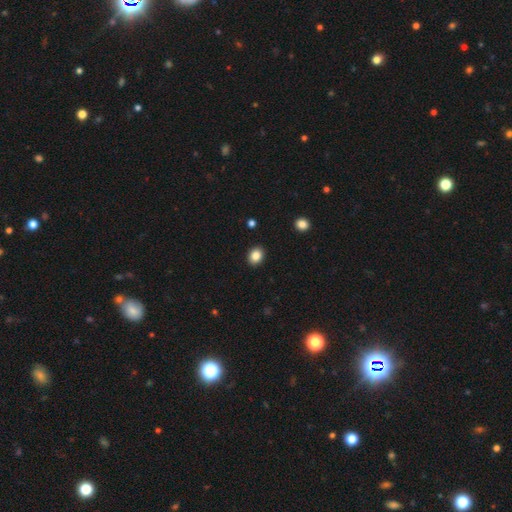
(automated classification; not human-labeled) Overall: smooth (85%). How rounded: round (51%; in between 48%). Merging: none (91%).